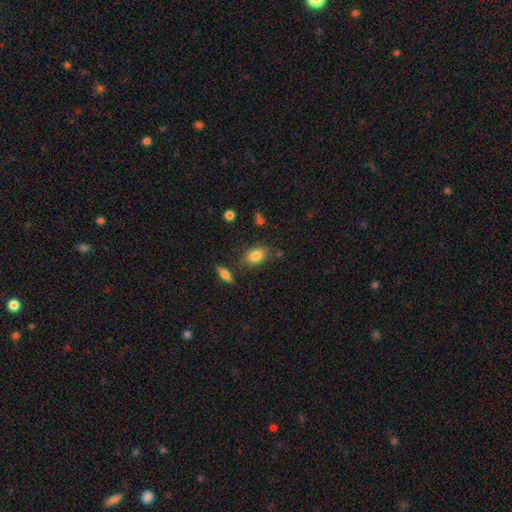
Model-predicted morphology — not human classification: This appears to be a smooth galaxy with no disk features (82%) that is in between round and cigar-shaped (81%). Merging: none (79%).